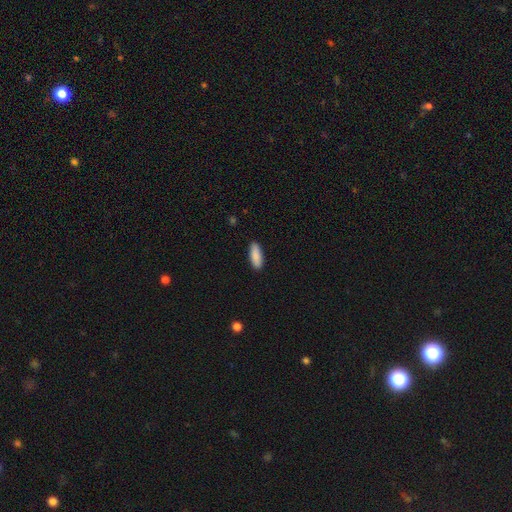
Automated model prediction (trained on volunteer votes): This appears to be a smooth galaxy with no disk features (89%) that is in between round and cigar-shaped (61%). Merging: none (89%).